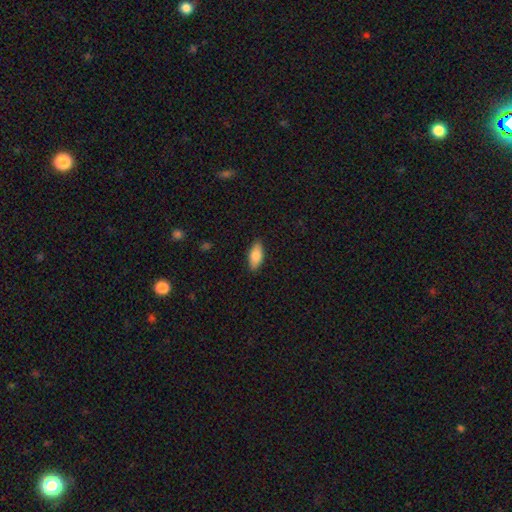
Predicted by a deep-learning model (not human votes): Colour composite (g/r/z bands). It shows a smooth galaxy with no disk features (82%) that is in between round and cigar-shaped (85%). Merging: none (87%).